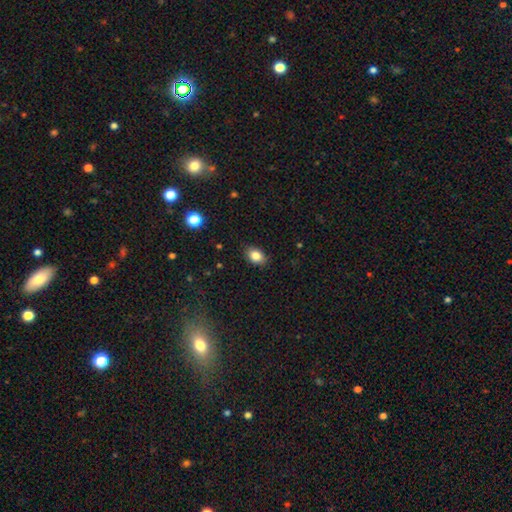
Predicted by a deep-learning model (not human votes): Smooth or featured? Predicted: smooth (p=0.84). How rounded? Predicted: in between (p=0.76). Merging? Predicted: none (p=0.86).